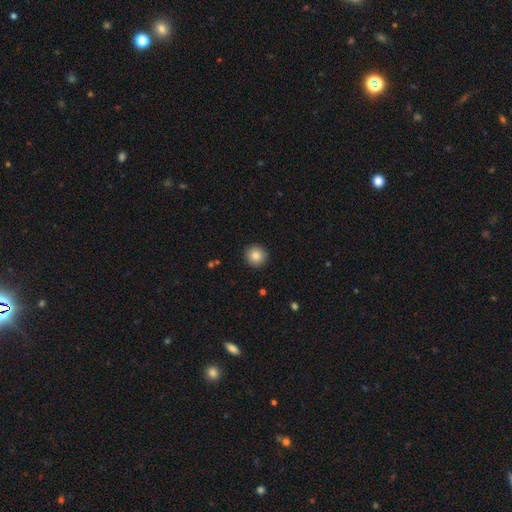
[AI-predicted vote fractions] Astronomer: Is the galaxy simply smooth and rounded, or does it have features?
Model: smooth — 85%.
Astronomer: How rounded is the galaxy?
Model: round — 94%.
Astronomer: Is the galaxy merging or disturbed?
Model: none — 92%.